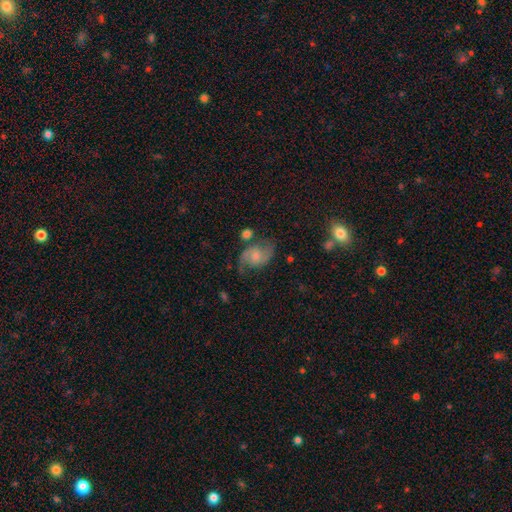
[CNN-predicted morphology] This is likely a featured or disk galaxy (77%). It is clearly not viewed edge-on (98%). Bar: possibly no (53%). Spiral arm pattern: clearly yes (94%). Spiral arm count: clearly 2 (91%). Spiral winding: marginally medium (45%). Central bulge: marginally small (43%). Merging: likely none (65%).